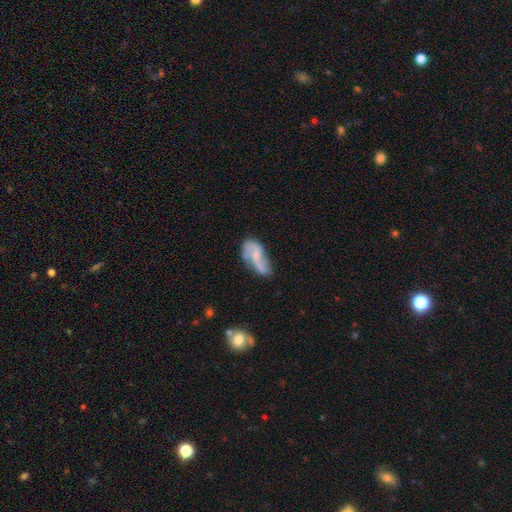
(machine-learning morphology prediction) smooth-or-featured: featured or disk: 63% | smooth: 30% | star or artifact: 7%
  disk-edge-on: no: 95% | yes: 5%
    bar: no: 50% | weak: 38% | strong: 12%
    has-spiral-arms: yes: 83% | no: 17%
    bulge-size: small: 43% | none: 36% | moderate: 18% | large: 2% | dominant: 1%
  merging: none: 45% | minor disturbance: 30% | major disturbance: 19% | merger: 6%